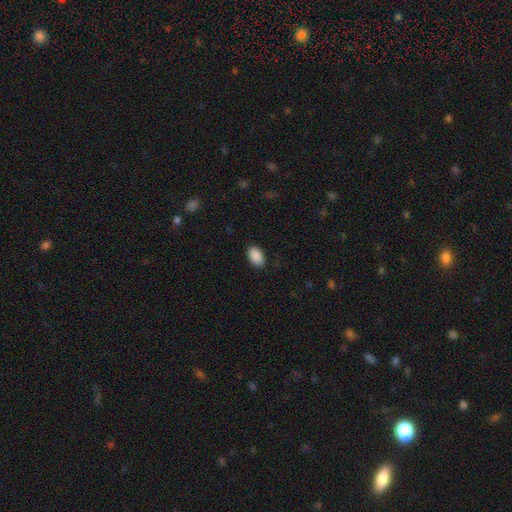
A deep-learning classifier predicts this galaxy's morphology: Smooth or featured? smooth (90%)
How rounded? in between (92%)
Merging? none (87%)